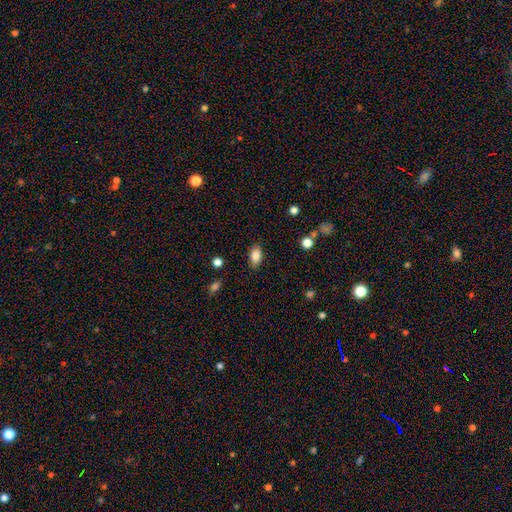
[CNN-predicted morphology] Overall: smooth (85%). How rounded: in between (91%). Merging: none (85%).